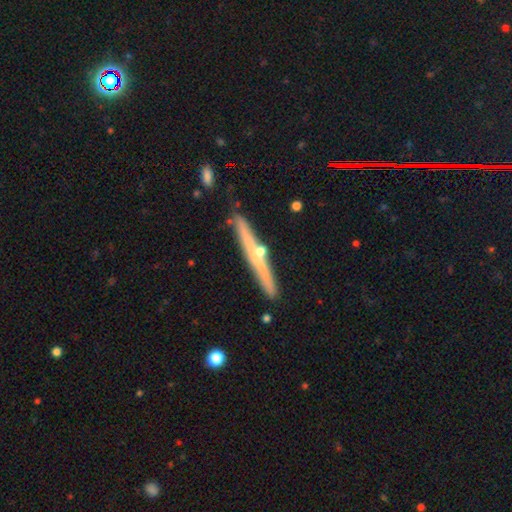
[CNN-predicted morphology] Smooth or featured? Predicted: featured or disk (p=0.63). Edge-on disk? Predicted: yes (p=0.96). Edge-on bulge? Predicted: rounded (p=0.54). Merging? Predicted: none (p=0.82).